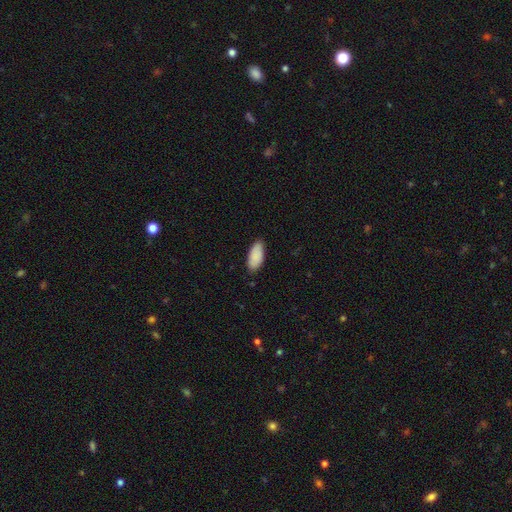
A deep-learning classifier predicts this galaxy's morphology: Smooth or featured: smooth — 89% (star or artifact — 6%)
How rounded: in between — 90% (cigar-shaped — 9%)
Merging: none — 81% (minor disturbance — 15%)